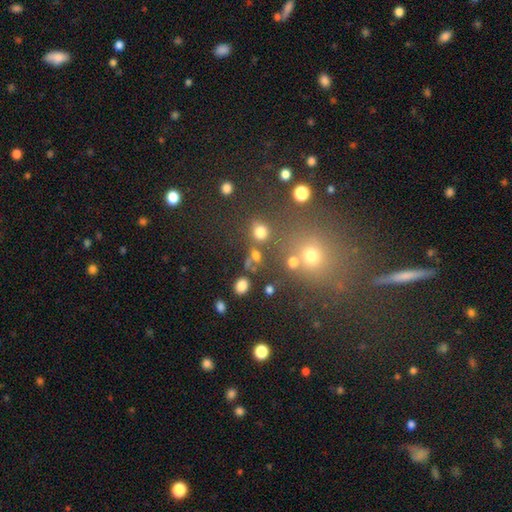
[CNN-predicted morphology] This appears to be a smooth galaxy with no disk features (73%) that is round (65%). Merging: none (64%).